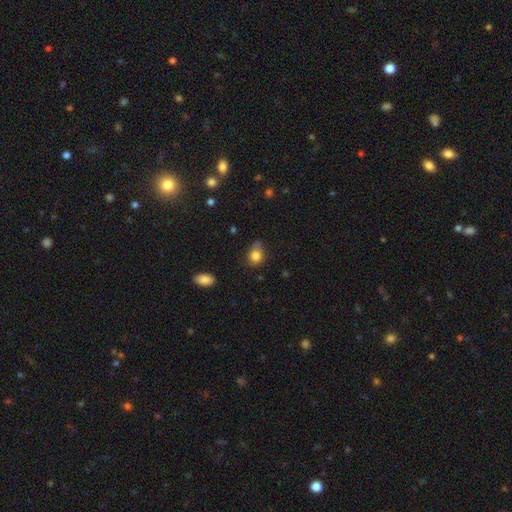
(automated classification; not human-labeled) smooth_or_featured: smooth (p=0.82) [alt: star or artifact p=0.10]
how_rounded: round (p=0.54) [alt: in between p=0.45]
merging: none (p=0.52) [alt: minor disturbance p=0.34]